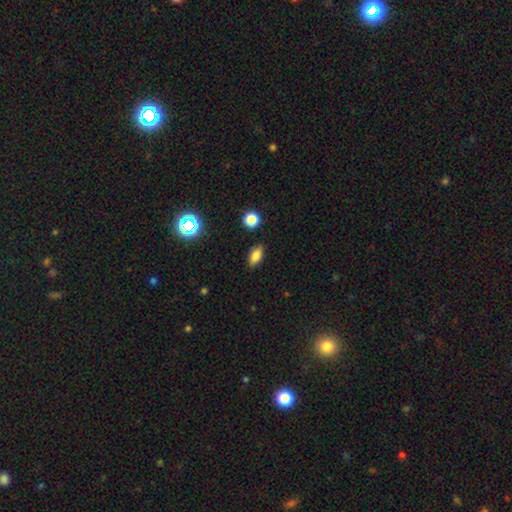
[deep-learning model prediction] Smooth or featured: smooth — 80% (star or artifact — 12%)
How rounded: in between — 85% (round — 8%)
Merging: none — 86% (minor disturbance — 10%)